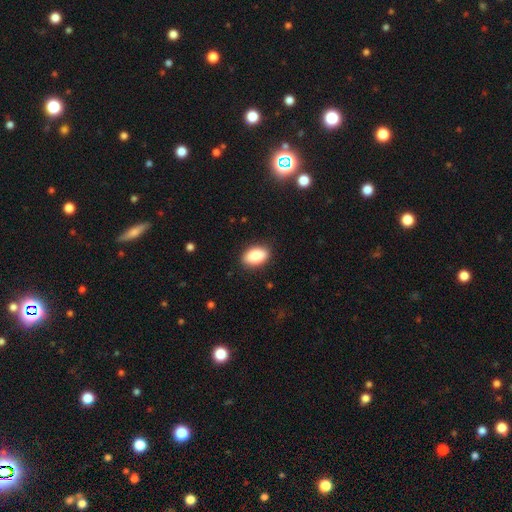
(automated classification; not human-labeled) smooth_or_featured: smooth (p=0.88) [alt: star or artifact p=0.07]
how_rounded: in between (p=0.91) [alt: round p=0.07]
merging: none (p=0.87) [alt: minor disturbance p=0.09]